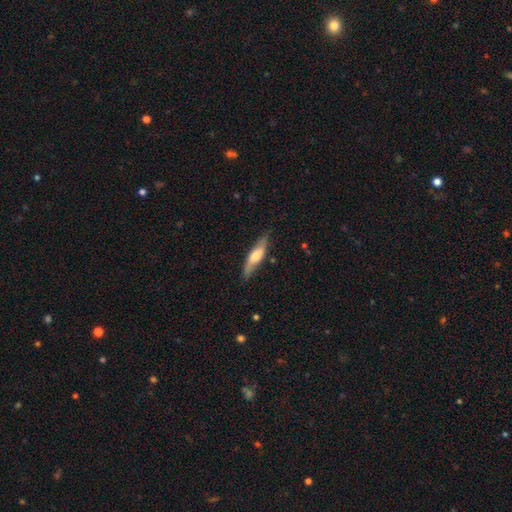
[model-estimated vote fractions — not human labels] Smooth or featured: smooth — 53% (featured or disk — 41%)
How rounded: cigar-shaped — 71% (in between — 27%)
Merging: none — 78% (minor disturbance — 18%)